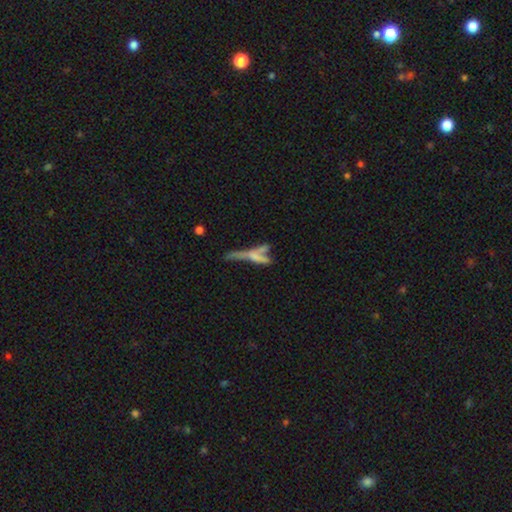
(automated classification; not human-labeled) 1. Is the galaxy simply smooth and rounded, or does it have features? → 43% smooth (tied), 43% featured or disk (tied), 14% star or artifact.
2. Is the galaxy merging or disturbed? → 45% merger, 29% none, 15% major disturbance, 12% minor disturbance.